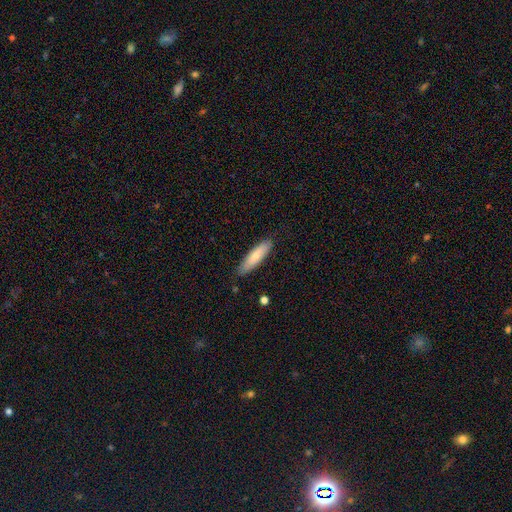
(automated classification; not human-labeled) Smooth or featured: smooth — 77% (featured or disk — 18%)
How rounded: cigar-shaped — 67% (in between — 31%)
Merging: none — 84% (minor disturbance — 13%)